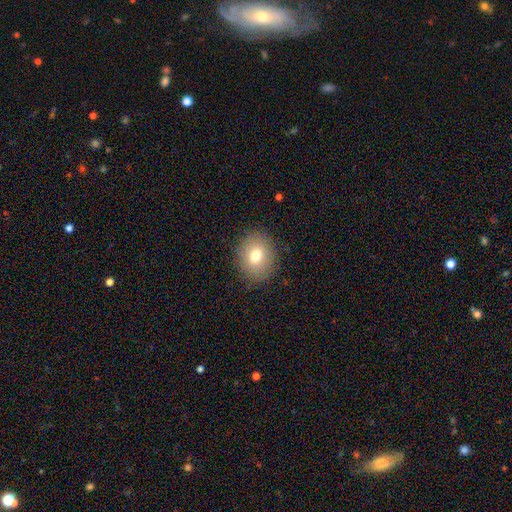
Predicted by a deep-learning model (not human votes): Overall: smooth (75%). How rounded: round (60%; in between 39%). Merging: none (88%).